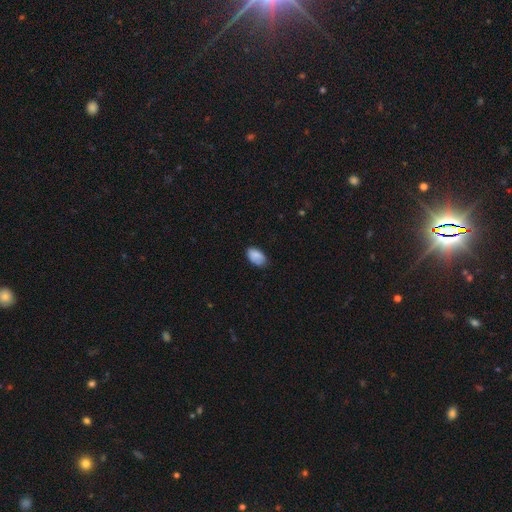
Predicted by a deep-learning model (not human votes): smooth-or-featured: smooth: 83% | featured or disk: 10% | star or artifact: 8%
  how-rounded: in between: 92% | round: 6% | cigar-shaped: 1%
  merging: none: 68% | minor disturbance: 25% | major disturbance: 5% | merger: 2%